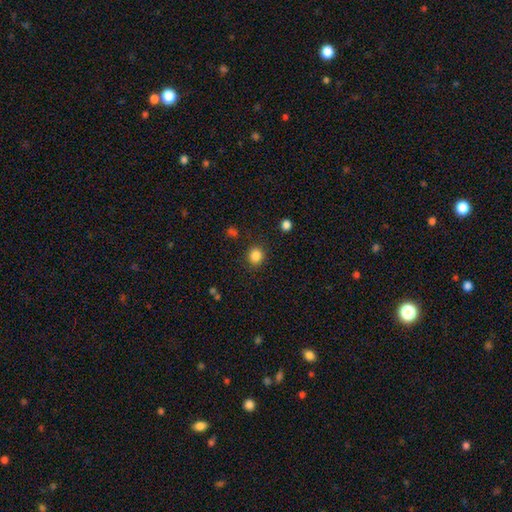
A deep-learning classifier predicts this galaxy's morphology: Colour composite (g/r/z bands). It shows a smooth galaxy with no disk features (85%) that is round (85%). Merging: none (87%).